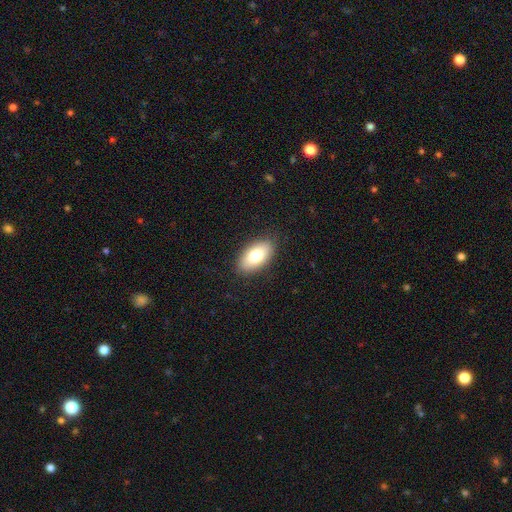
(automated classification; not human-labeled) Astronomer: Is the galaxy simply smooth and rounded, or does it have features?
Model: smooth — 78%.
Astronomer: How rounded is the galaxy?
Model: in between — 93%.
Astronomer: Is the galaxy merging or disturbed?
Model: none — 88%.